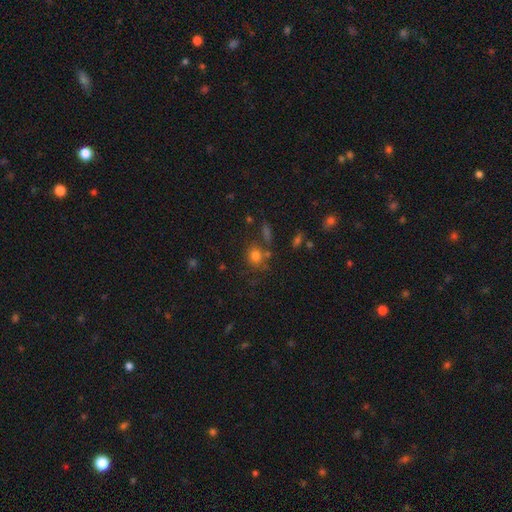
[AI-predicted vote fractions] Smooth or featured? smooth (74%)
How rounded? round (67%)
Merging? none (60%)